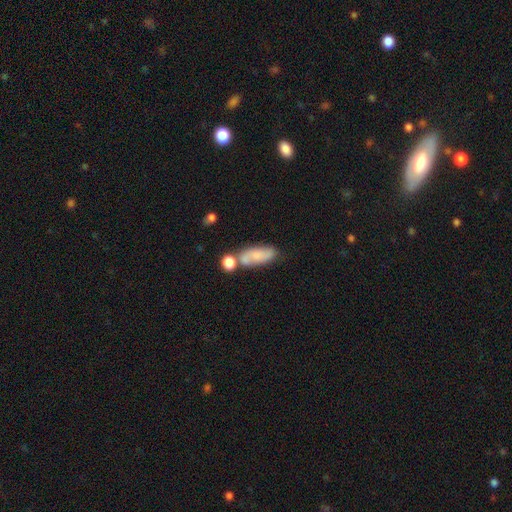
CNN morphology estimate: The model was most divided on "smooth or featured": smooth: 56%, featured or disk: 35%, star or artifact: 9%. More confident: how rounded — in between (77%); merging — none (51%).